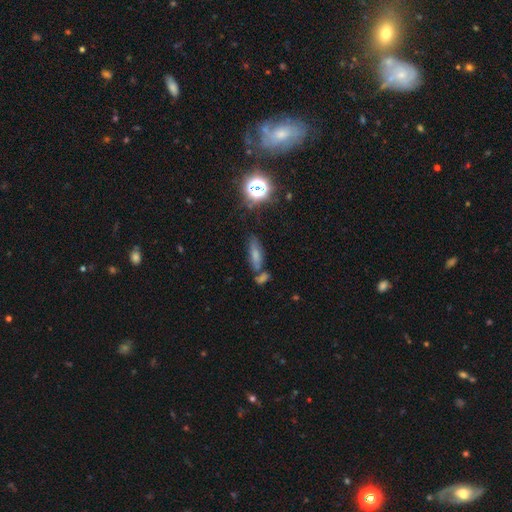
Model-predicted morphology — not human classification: smooth 54%, star or artifact 26%, featured or disk 21%. Down the decision tree: how rounded — in between (50%); merging — none (56%).